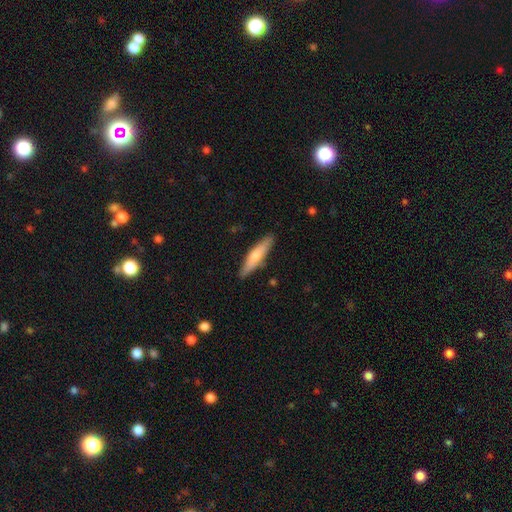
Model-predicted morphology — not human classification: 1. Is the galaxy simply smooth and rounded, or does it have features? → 64% smooth, 31% featured or disk, 5% star or artifact.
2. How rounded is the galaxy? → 81% cigar-shaped, 18% in between, 2% round.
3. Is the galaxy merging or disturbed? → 85% none, 11% minor disturbance, 2% major disturbance, 2% merger.